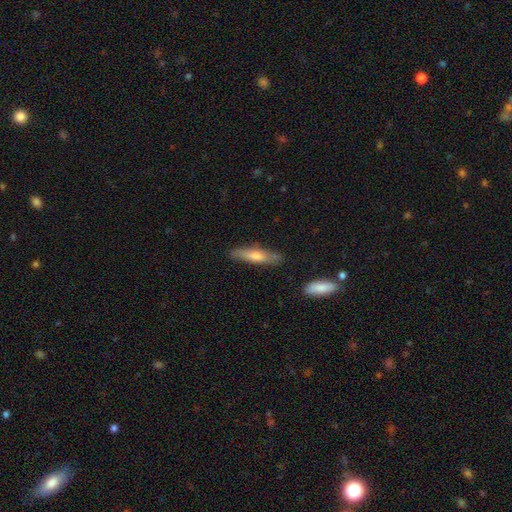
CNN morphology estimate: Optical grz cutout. It shows a smooth galaxy with no disk features (61%) that is cigar-shaped (80%). Merging: none (82%).